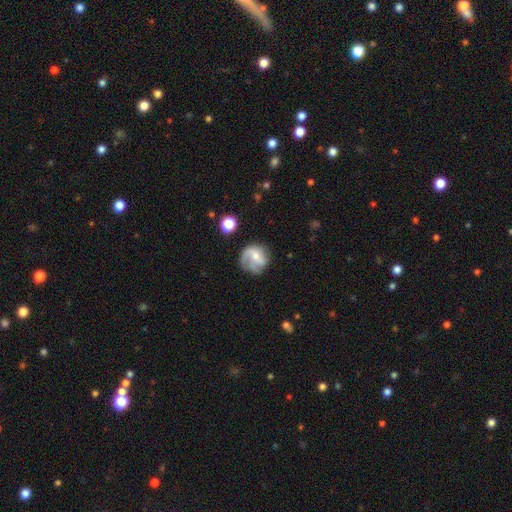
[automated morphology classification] A featured or disk galaxy (60%) with no bar (57%), spiral arms (83%) and a small central bulge (52%).

Vote fractions:
- Smooth or featured? featured or disk: 60% / smooth: 32% / star or artifact: 9%
- Edge-on disk? no: 97% / yes: 3%
- Bar? no: 57% / weak: 35% / strong: 8%
- Spiral arms? yes: 83% / no: 17%
- Bulge size? small: 52% / moderate: 40% / none: 5% / large: 2% / dominant: 1%
- Merging? none: 60% / minor disturbance: 22% / major disturbance: 15% / merger: 3%